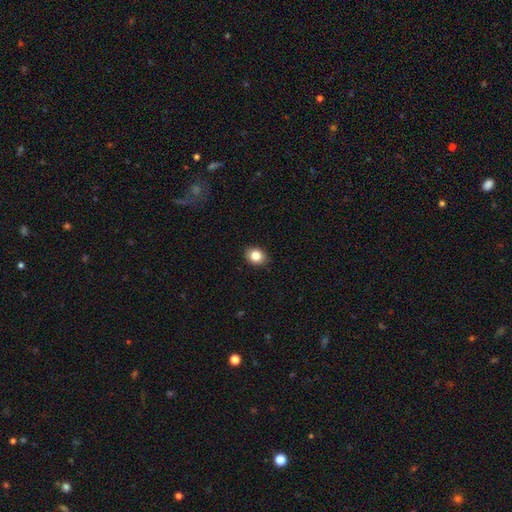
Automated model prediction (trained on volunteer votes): Morphology: type=smooth (84%); roundness=round (50%); merging=none (89%).